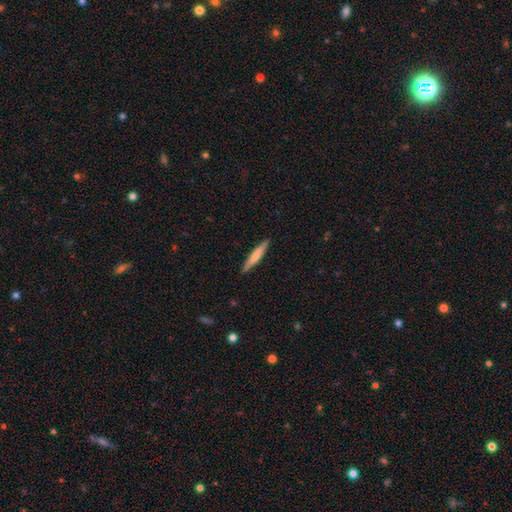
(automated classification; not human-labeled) The model was most divided on "smooth or featured": smooth: 63%, featured or disk: 32%, star or artifact: 5%. More confident: how rounded — cigar-shaped (94%); merging — none (90%).